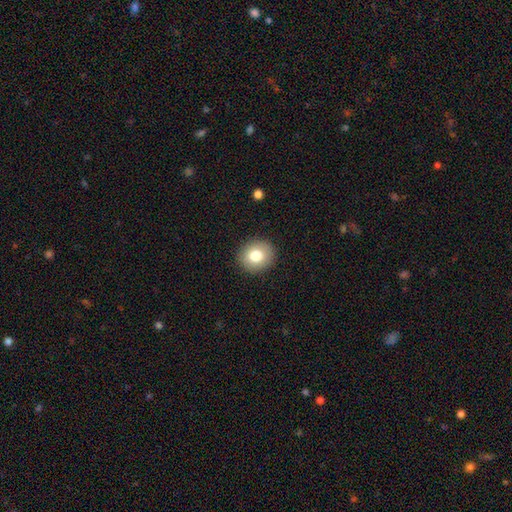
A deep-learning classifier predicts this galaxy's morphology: This appears to be a smooth galaxy with no disk features (79%) that is round (77%). Merging: none (90%).